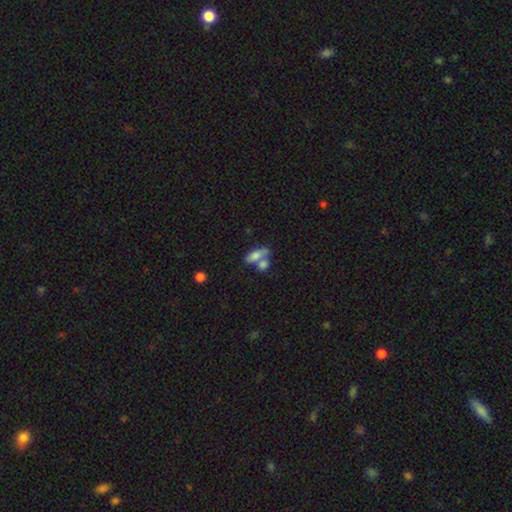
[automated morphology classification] Smooth or featured? Predicted: smooth (p=0.73). How rounded? Predicted: in between (p=0.77). Merging? Predicted: merger (p=0.51).